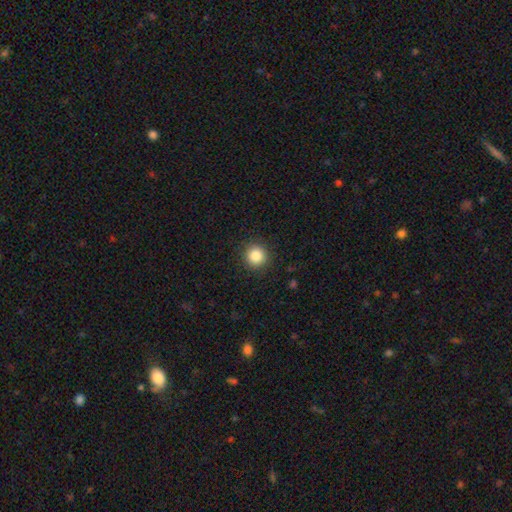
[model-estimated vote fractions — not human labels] This appears to be a smooth galaxy with no disk features (85%) that is round (94%). Merging: none (92%).